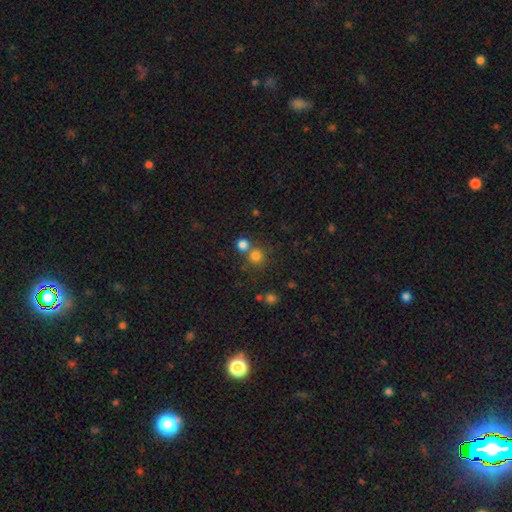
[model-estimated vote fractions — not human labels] Smooth or featured: smooth — 78% (star or artifact — 16%)
How rounded: round — 91% (in between — 8%)
Merging: none — 63% (merger — 27%)